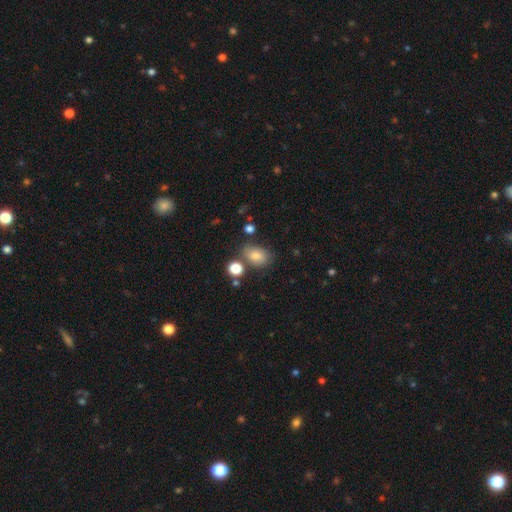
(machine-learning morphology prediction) Smooth or featured: smooth — 78% (star or artifact — 12%)
How rounded: in between — 66% (round — 33%)
Merging: none — 66% (minor disturbance — 17%)